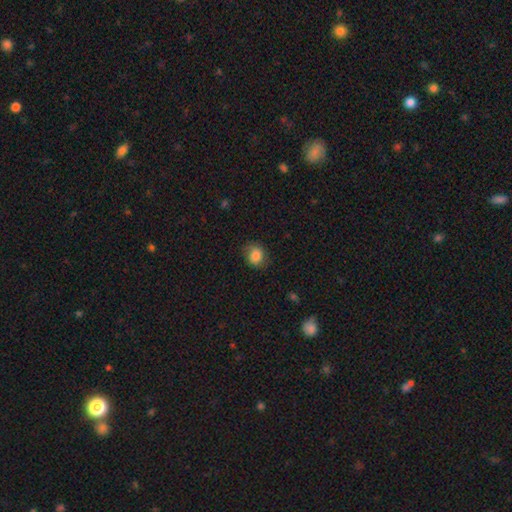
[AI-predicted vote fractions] This is clearly a smooth galaxy (83%). How rounded: likely round (62%). Merging: likely none (74%).